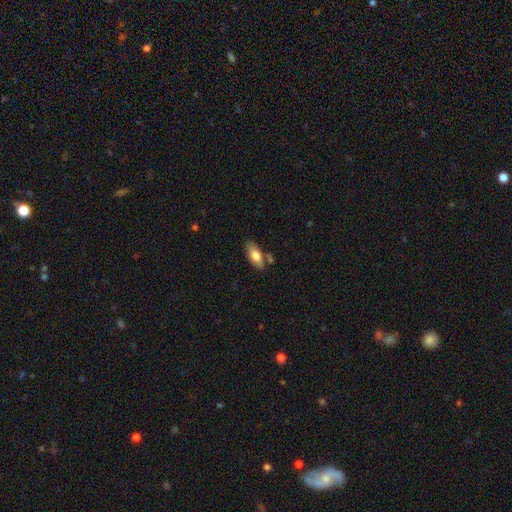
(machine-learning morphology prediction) Q: Smooth or featured?
A: smooth (74%); runner-up: featured or disk (19%)
Q: How rounded?
A: in between (83%); runner-up: cigar-shaped (15%)
Q: Merging?
A: none (73%); runner-up: minor disturbance (15%)